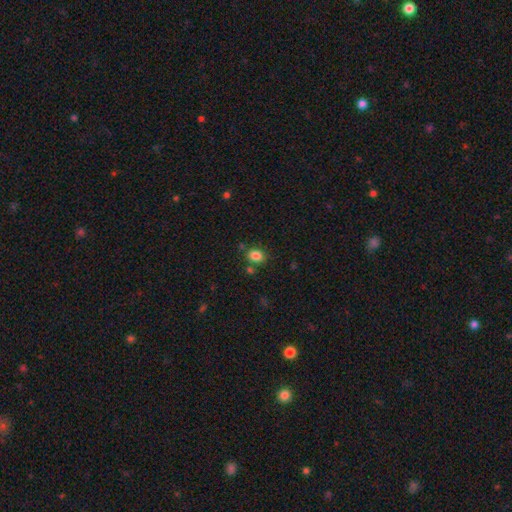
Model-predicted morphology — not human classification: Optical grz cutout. It shows a smooth galaxy with no disk features (84%) that is in between round and cigar-shaped (54%). Merging: none (78%).